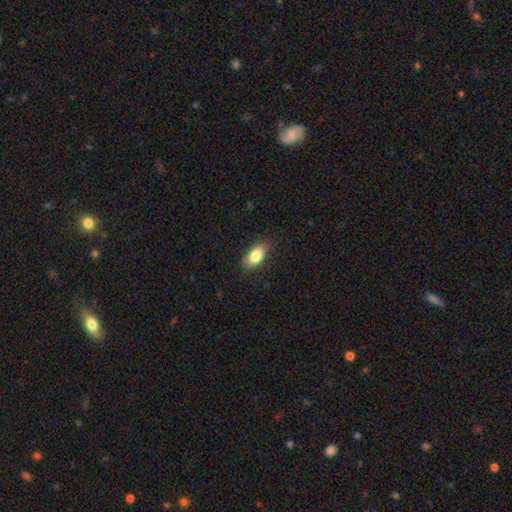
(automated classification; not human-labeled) smooth_or_featured: smooth (p=0.84) [alt: featured or disk p=0.09]
how_rounded: in between (p=0.89) [alt: cigar-shaped p=0.07]
merging: none (p=0.86) [alt: minor disturbance p=0.11]